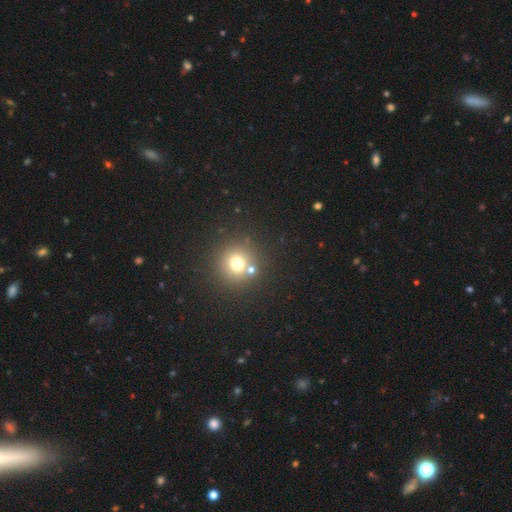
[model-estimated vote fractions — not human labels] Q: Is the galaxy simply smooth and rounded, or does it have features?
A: smooth — 49%.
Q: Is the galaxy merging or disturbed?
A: none — 85%.